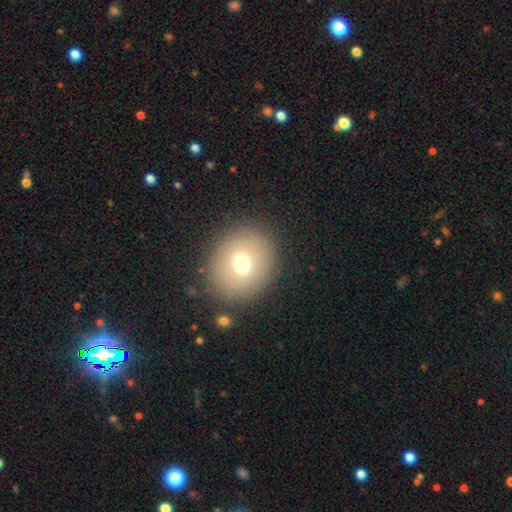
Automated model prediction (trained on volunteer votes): smooth_or_featured: smooth (p=0.66) [alt: featured or disk p=0.21]
how_rounded: round (p=0.71) [alt: in between p=0.28]
merging: none (p=0.86) [alt: minor disturbance p=0.08]